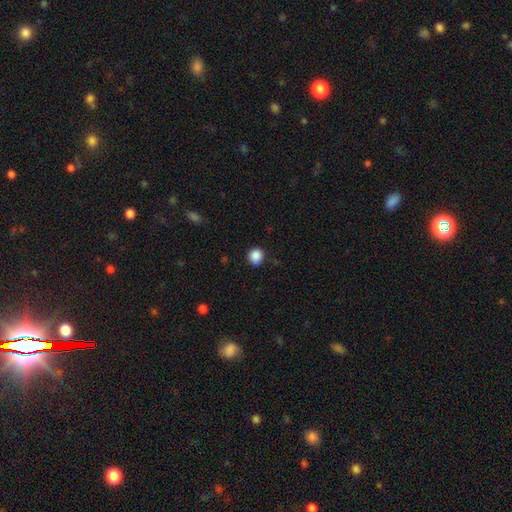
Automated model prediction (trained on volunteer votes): This appears to be a smooth galaxy with no disk features (88%) that is round (87%). Merging: none (88%).